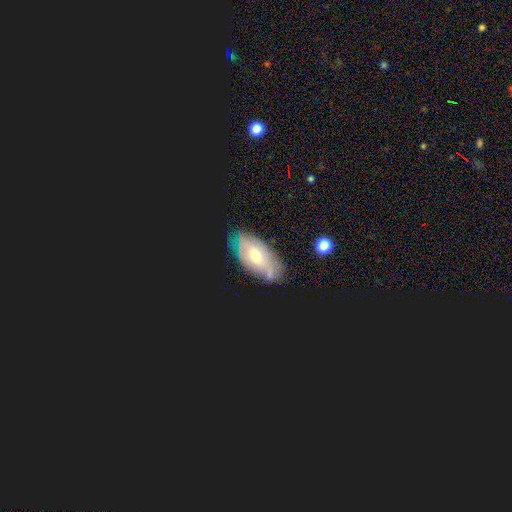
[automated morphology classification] A featured or disk galaxy (58%) with no bar (61%), spiral arms (69%) and a moderate central bulge (61%). Merging: none (73%).